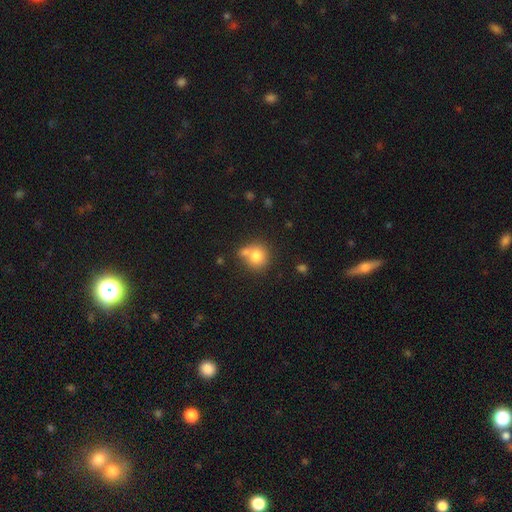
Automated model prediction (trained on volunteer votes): Smooth or featured? Predicted: smooth (p=0.78). How rounded? Predicted: round (p=0.86). Merging? Predicted: none (p=0.51).